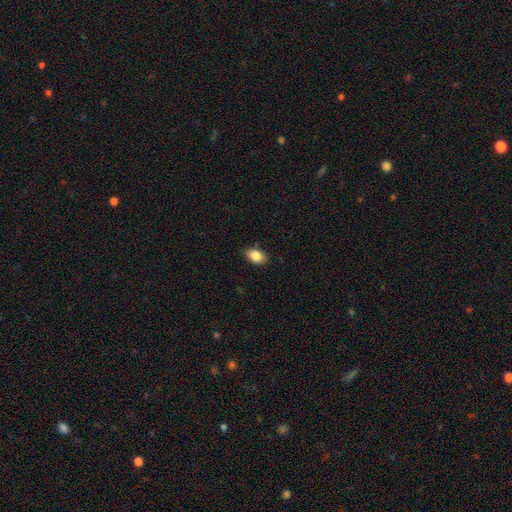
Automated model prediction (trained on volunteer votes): smooth-or-featured: smooth: 86% | star or artifact: 8% | featured or disk: 6%
  how-rounded: in between: 89% | round: 10% | cigar-shaped: 2%
  merging: none: 84% | minor disturbance: 12% | major disturbance: 2% | merger: 1%